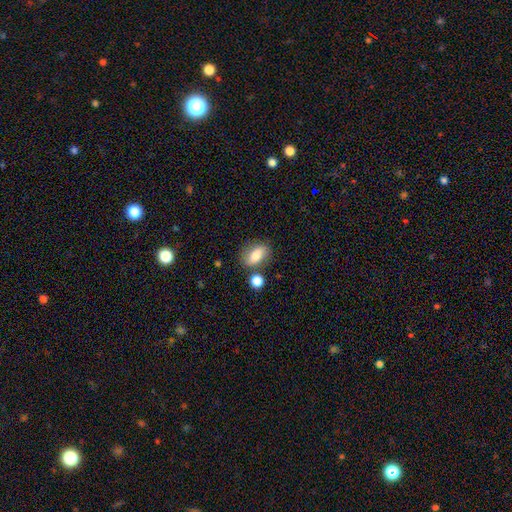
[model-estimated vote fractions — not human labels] Smooth or featured?
  - smooth: 72% *
  - featured or disk: 20%
  - star or artifact: 9%
How rounded?
  - in between: 80% *
  - round: 15%
  - cigar-shaped: 5%
Merging?
  - none: 70% *
  - minor disturbance: 15%
  - merger: 11%
  - major disturbance: 4%